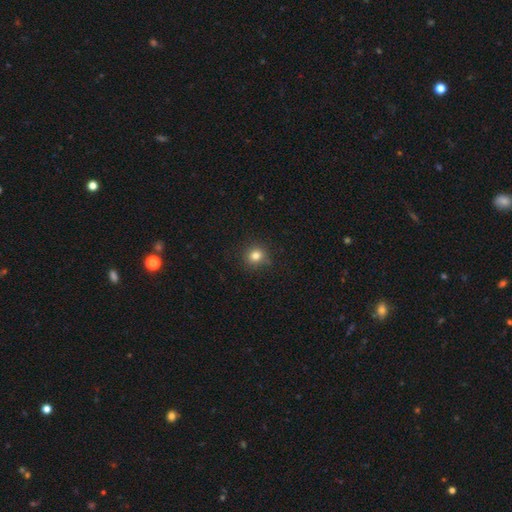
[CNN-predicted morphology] Q: Smooth or featured?
A: smooth (81%); runner-up: star or artifact (13%)
Q: How rounded?
A: round (89%); runner-up: in between (10%)
Q: Merging?
A: none (88%); runner-up: minor disturbance (9%)